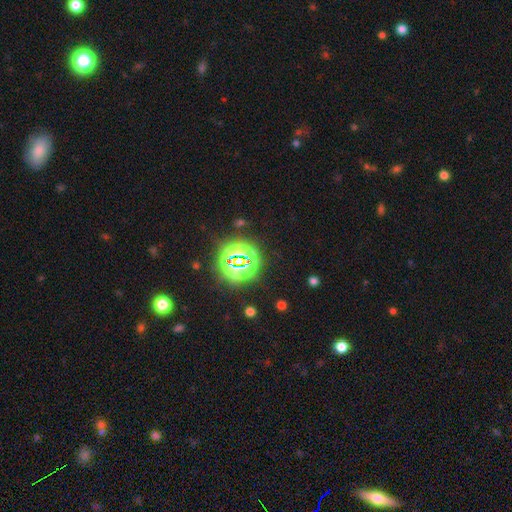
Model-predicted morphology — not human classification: Smooth or featured: star or artifact — 78% (smooth — 14%)